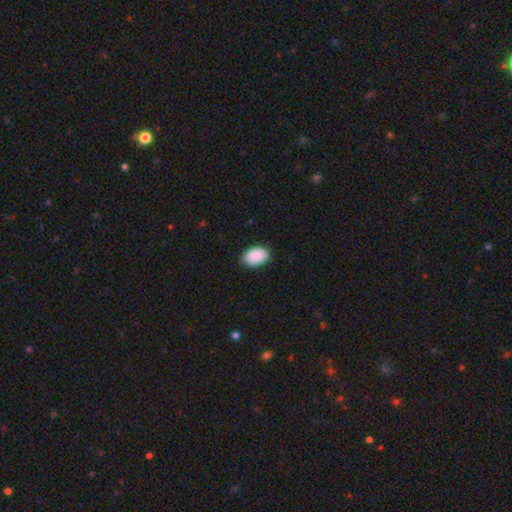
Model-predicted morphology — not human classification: Smooth or featured?
  - smooth: 90% *
  - star or artifact: 6%
  - featured or disk: 4%
How rounded?
  - in between: 89% *
  - round: 10%
  - cigar-shaped: 1%
Merging?
  - none: 83% *
  - minor disturbance: 14%
  - major disturbance: 2%
  - merger: 1%